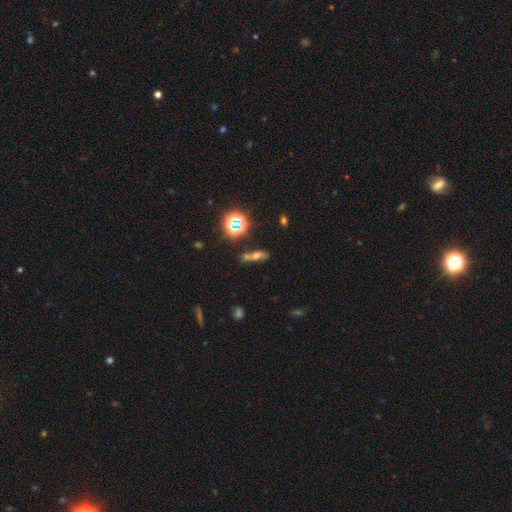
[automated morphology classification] Smooth or featured?
  - smooth: 41% *
  - star or artifact: 37%
  - featured or disk: 21%
Merging?
  - none: 55% *
  - merger: 24%
  - minor disturbance: 13%
  - major disturbance: 7%